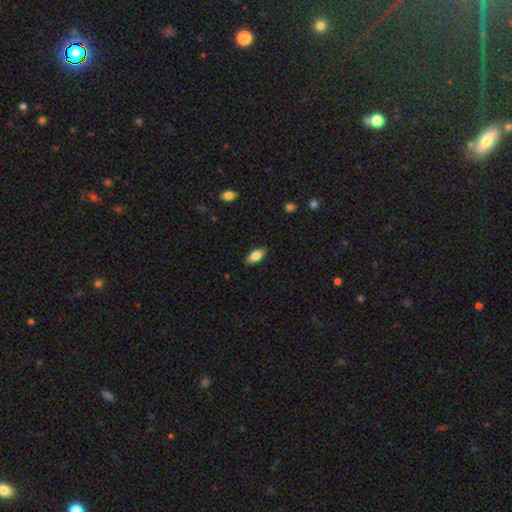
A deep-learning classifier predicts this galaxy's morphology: This appears to be a smooth galaxy with no disk features (77%) that is in between round and cigar-shaped (87%). Merging: none (88%).